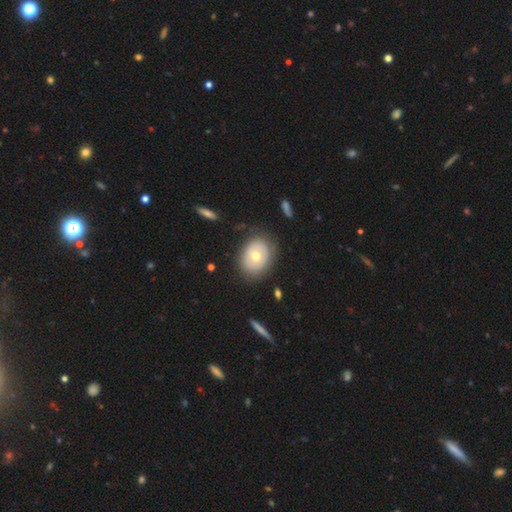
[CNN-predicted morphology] smooth_or_featured: smooth (p=0.55) [alt: featured or disk p=0.38]
how_rounded: in between (p=0.54) [alt: round p=0.45]
merging: none (p=0.78) [alt: minor disturbance p=0.15]